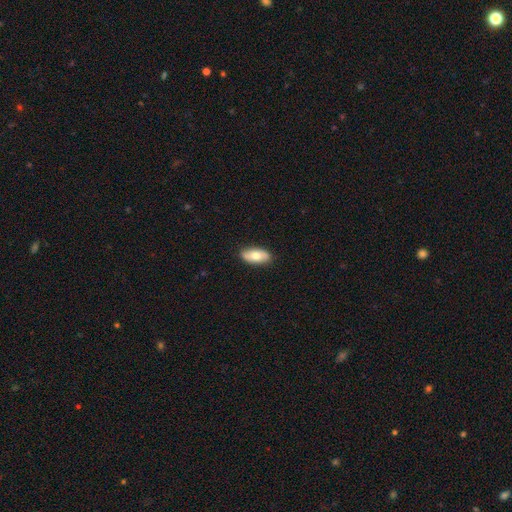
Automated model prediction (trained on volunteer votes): A smooth galaxy with no disk features (71%) that is in between round and cigar-shaped (89%).

Vote fractions:
- Smooth or featured? smooth: 71% / featured or disk: 23% / star or artifact: 6%
- How rounded? in between: 89% / cigar-shaped: 8% / round: 3%
- Merging? none: 88% / minor disturbance: 10% / major disturbance: 2% / merger: 1%